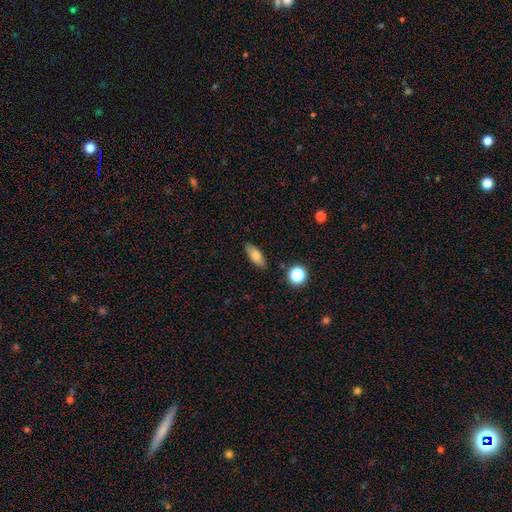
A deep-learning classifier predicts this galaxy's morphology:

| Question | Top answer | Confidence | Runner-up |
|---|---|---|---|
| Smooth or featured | smooth | 76% | featured or disk (16%) |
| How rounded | in between | 76% | cigar-shaped (19%) |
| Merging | none | 85% | minor disturbance (10%) |